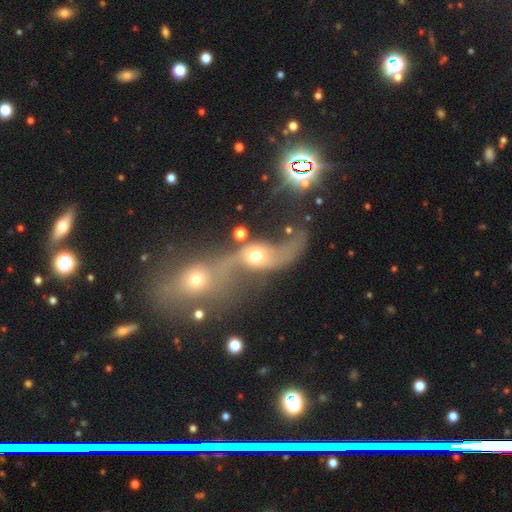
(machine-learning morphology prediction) Q: Smooth or featured?
A: featured or disk (65%); runner-up: smooth (24%)
Q: Edge-on disk?
A: no (94%); runner-up: yes (6%)
Q: Bar?
A: no (64%); runner-up: weak (26%)
Q: Spiral arms?
A: yes (83%); runner-up: no (17%)
Q: Spiral winding?
A: loose (90%); runner-up: medium (8%)
Q: Spiral arm count?
A: 2 (88%); runner-up: 1 (6%)
Q: Bulge size?
A: moderate (54%); runner-up: large (24%)
Q: Merging?
A: merger (59%); runner-up: none (18%)